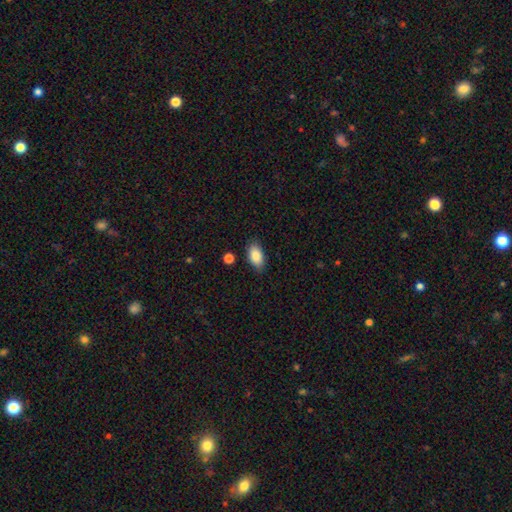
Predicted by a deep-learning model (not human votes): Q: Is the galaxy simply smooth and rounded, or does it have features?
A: smooth — 86%.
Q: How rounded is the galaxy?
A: in between — 92%.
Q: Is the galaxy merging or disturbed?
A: none — 84%.